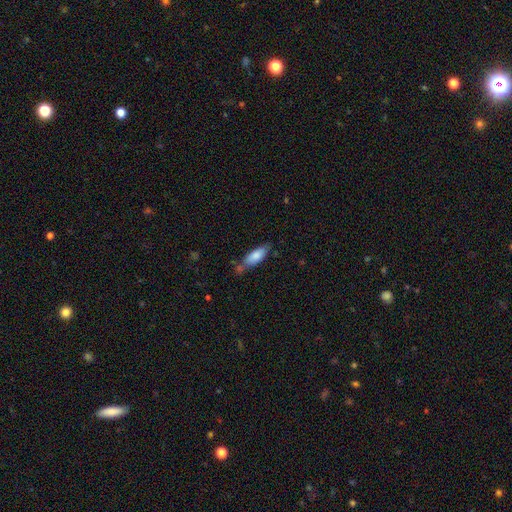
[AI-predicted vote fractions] The model was most divided on "how rounded": in between: 64%, cigar-shaped: 34%, round: 2%. More confident: smooth or featured — smooth (80%); merging — none (58%).